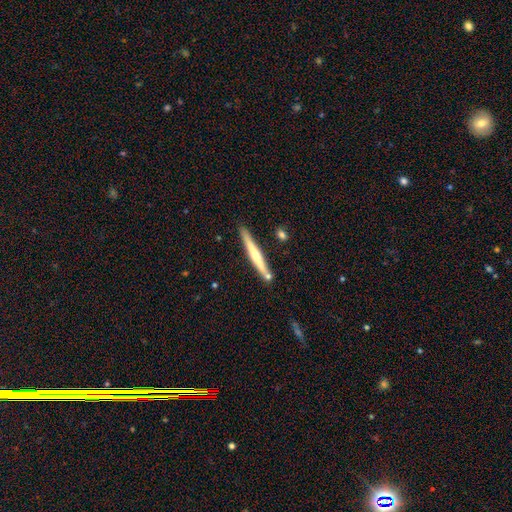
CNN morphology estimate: smooth-or-featured: featured or disk: 60% | smooth: 35% | star or artifact: 5%
  disk-edge-on: yes: 97% | no: 3%
    edge-on-bulge: rounded: 76% | none: 19% | boxy: 5%
  merging: none: 81% | minor disturbance: 10% | merger: 7% | major disturbance: 2%